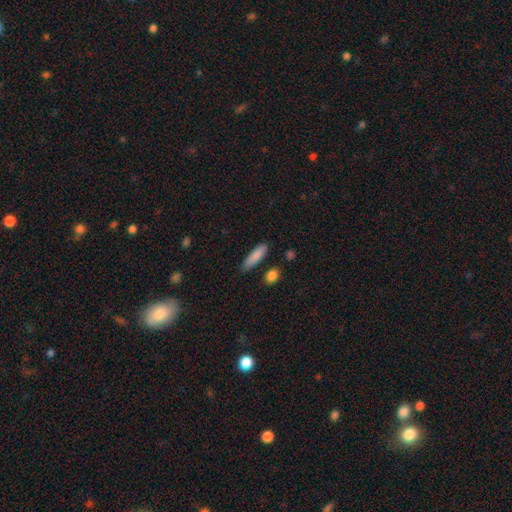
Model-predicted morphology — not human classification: Smooth or featured? smooth (86%)
How rounded? cigar-shaped (63%)
Merging? none (79%)